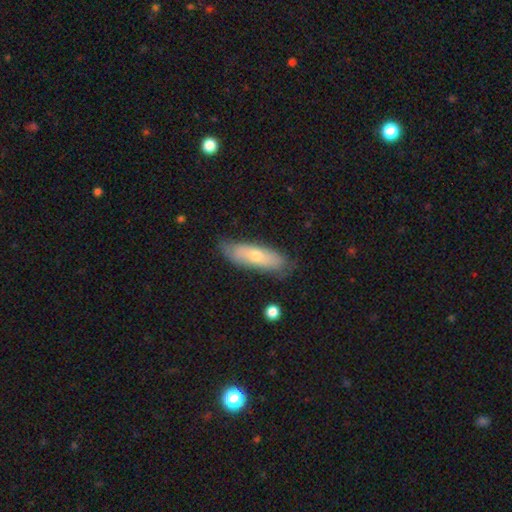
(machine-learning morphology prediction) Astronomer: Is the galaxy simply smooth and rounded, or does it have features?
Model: smooth — 58% (runner-up: featured or disk, 35%).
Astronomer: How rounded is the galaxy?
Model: in between — 50% (runner-up: cigar-shaped, 48%).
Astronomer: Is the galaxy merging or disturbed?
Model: none — 75%.